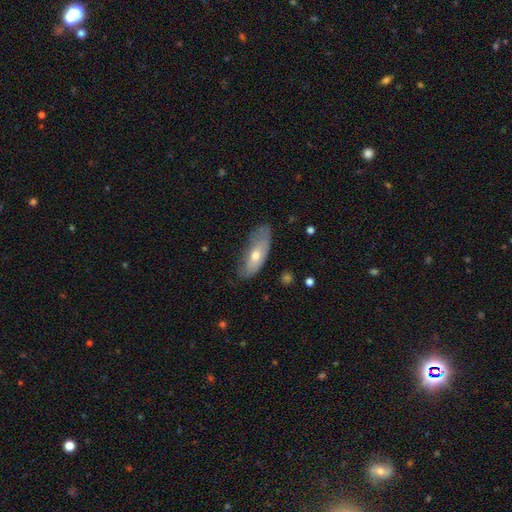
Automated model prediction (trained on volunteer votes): Smooth or featured? smooth (58%)
How rounded? in between (68%)
Merging? none (57%)